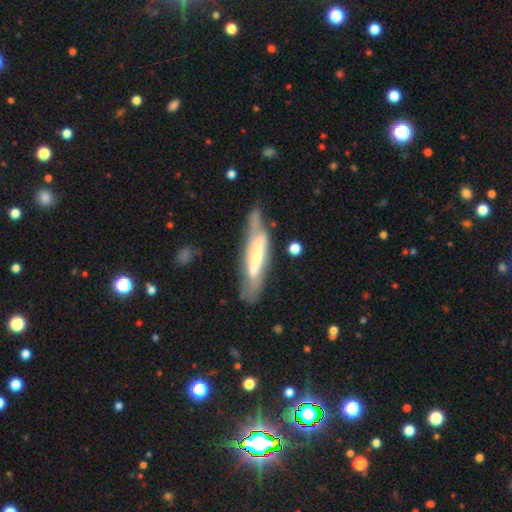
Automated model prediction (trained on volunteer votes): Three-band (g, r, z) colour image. It shows a featured or disk galaxy (64%) viewed edge-on (56%). Merging: none (67%).